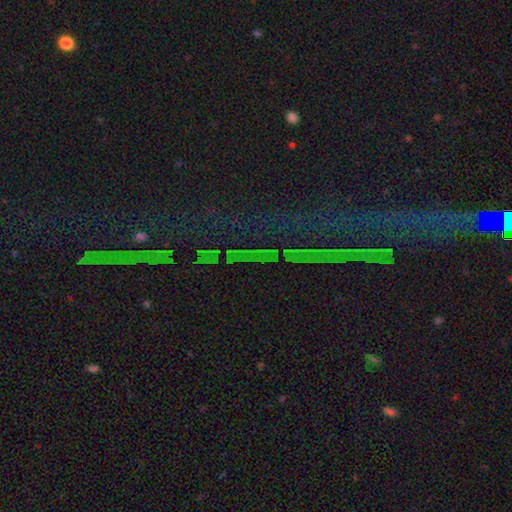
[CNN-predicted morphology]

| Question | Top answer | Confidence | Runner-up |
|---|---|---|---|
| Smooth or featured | star or artifact | 83% | featured or disk (9%) |